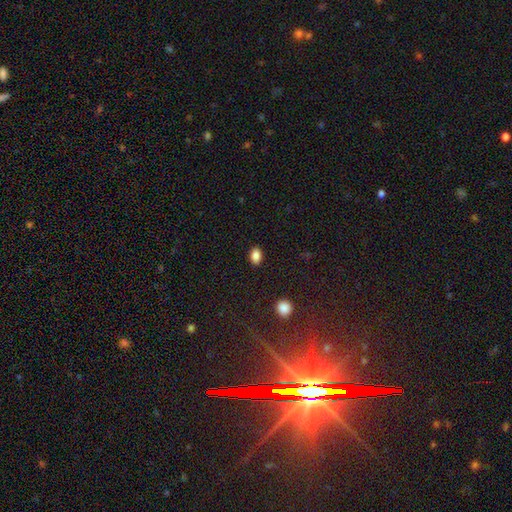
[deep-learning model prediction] Q: Smooth or featured?
A: smooth (86%); runner-up: star or artifact (10%)
Q: How rounded?
A: in between (81%); runner-up: round (17%)
Q: Merging?
A: none (89%); runner-up: minor disturbance (8%)